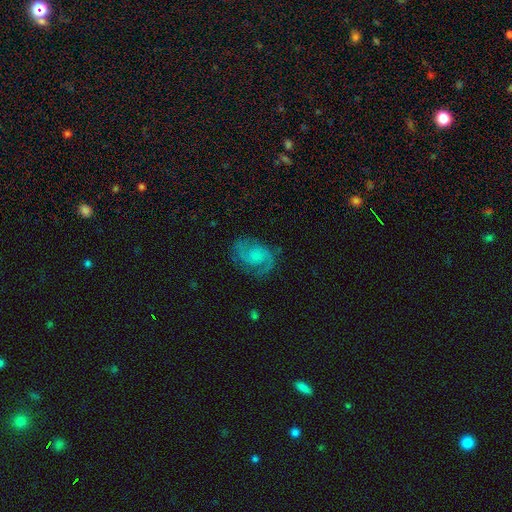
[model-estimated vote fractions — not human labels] featured or disk 78%, smooth 15%, star or artifact 7%. Down the decision tree: edge-on disk — no (98%); bar — no (62%); spiral arms — yes (95%); spiral arm count — 2 (88%); spiral winding — medium (54%); bulge size — none (44%); merging — none (75%).